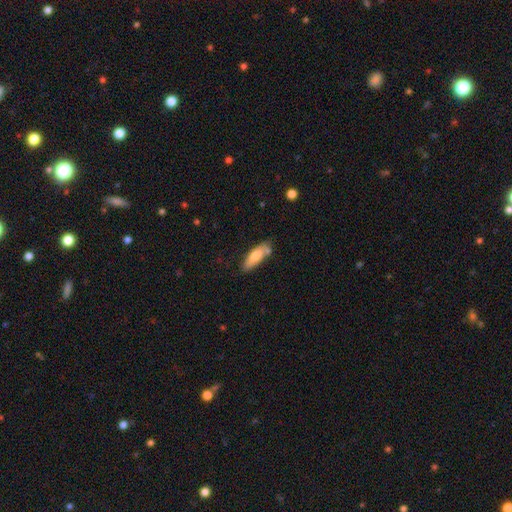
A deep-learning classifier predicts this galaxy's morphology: smooth 73%, featured or disk 21%, star or artifact 6%. Down the decision tree: how rounded — in between (52%); merging — none (63%).